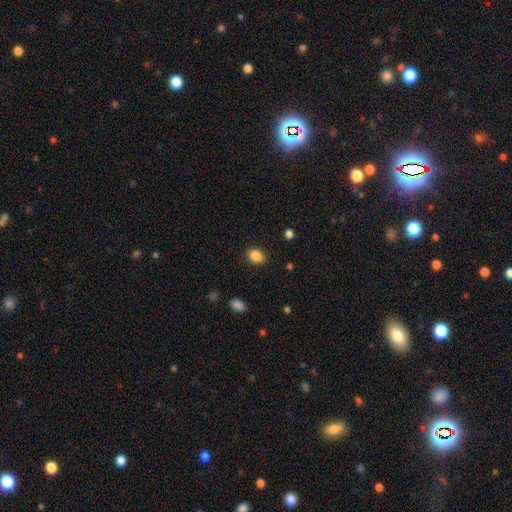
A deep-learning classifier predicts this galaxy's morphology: smooth 87%, star or artifact 9%, featured or disk 4%. Down the decision tree: how rounded — in between (63%); merging — none (87%).